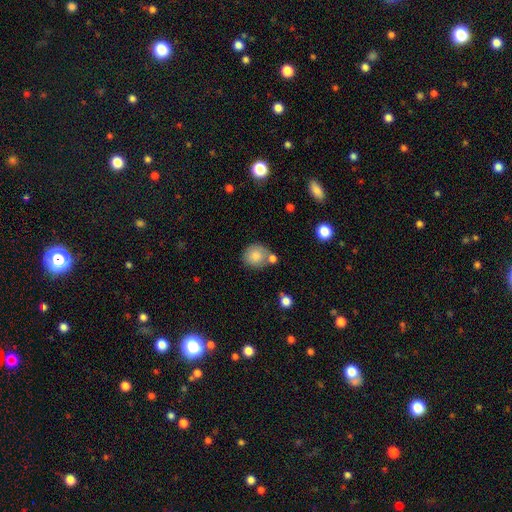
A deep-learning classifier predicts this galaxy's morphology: Overall: smooth (83%). How rounded: round (85%). Merging: none (63%).